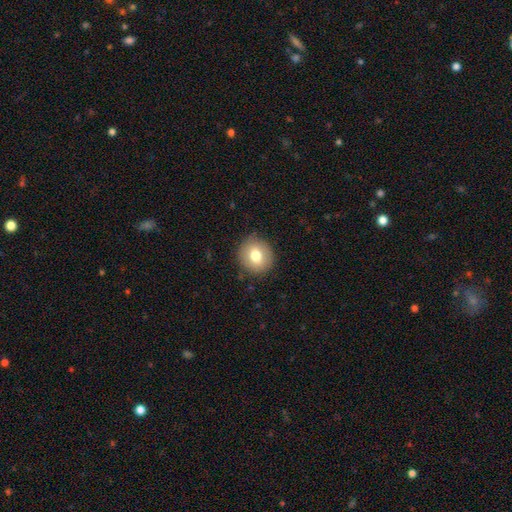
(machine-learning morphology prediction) type=smooth (76%); roundness=round (87%); merging=none (88%).